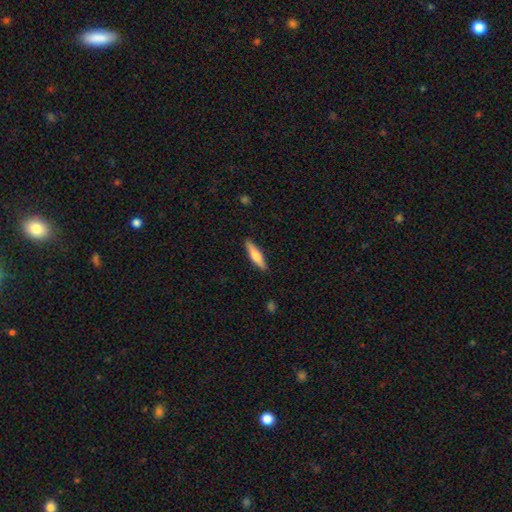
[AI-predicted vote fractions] A smooth galaxy with no disk features (65%) that is cigar-shaped (78%).

Vote fractions:
- Smooth or featured? smooth: 65% / featured or disk: 29% / star or artifact: 5%
- How rounded? cigar-shaped: 78% / in between: 20% / round: 2%
- Merging? none: 89% / minor disturbance: 8% / major disturbance: 2% / merger: 1%